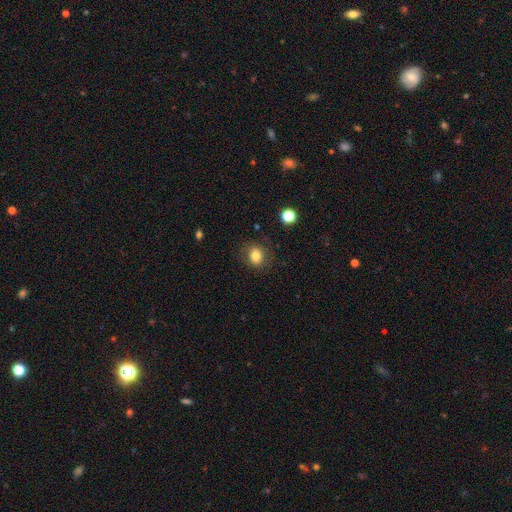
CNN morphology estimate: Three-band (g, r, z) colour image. It shows a smooth galaxy with no disk features (79%) that is round (61%). Merging: none (82%).